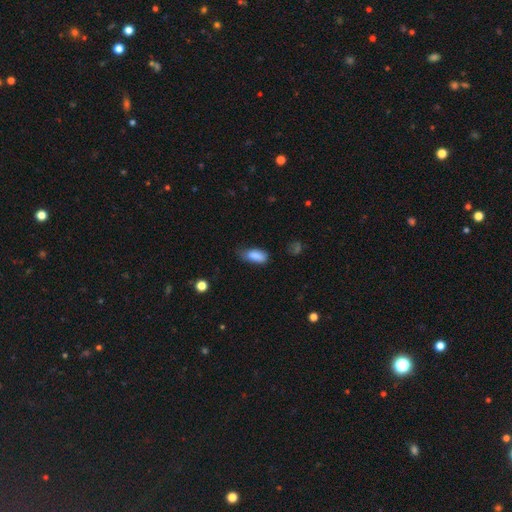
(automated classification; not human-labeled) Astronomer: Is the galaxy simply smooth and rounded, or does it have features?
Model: smooth — 86%.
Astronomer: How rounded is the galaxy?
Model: in between — 87%.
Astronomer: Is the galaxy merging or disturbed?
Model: none — 50% (runner-up: minor disturbance, 37%).